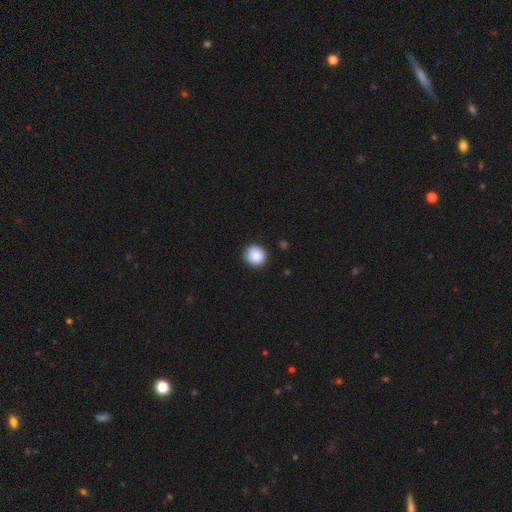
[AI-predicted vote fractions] Q: Smooth or featured?
A: smooth (88%); runner-up: star or artifact (8%)
Q: How rounded?
A: round (88%); runner-up: in between (11%)
Q: Merging?
A: none (87%); runner-up: minor disturbance (10%)